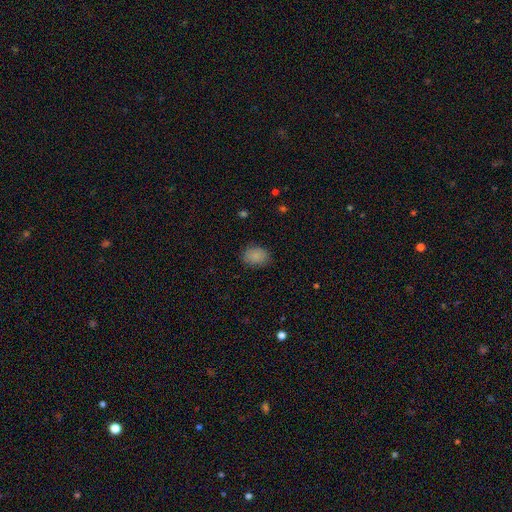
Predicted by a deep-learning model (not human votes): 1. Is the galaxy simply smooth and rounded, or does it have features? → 87% smooth, 8% star or artifact, 5% featured or disk.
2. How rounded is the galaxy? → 68% in between, 31% round, 1% cigar-shaped.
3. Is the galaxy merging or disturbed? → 83% none, 13% minor disturbance, 3% major disturbance, 1% merger.